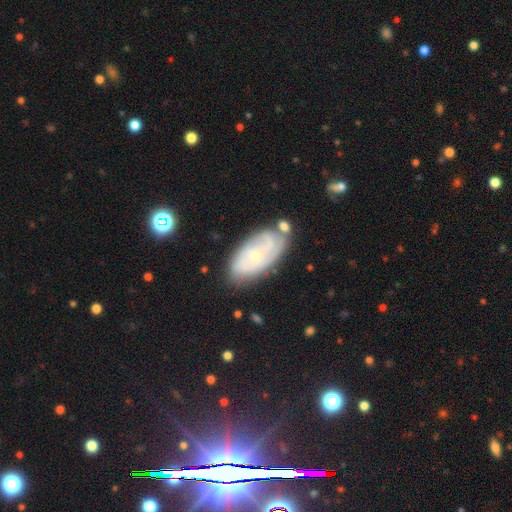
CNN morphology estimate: type=featured or disk (69%); edge-on=no (94%); bar=no (76%); spiral arms=yes (86%); winding=tight (65%); arm count=can't tell (48%); bulge=small (70%); merging=none (67%).